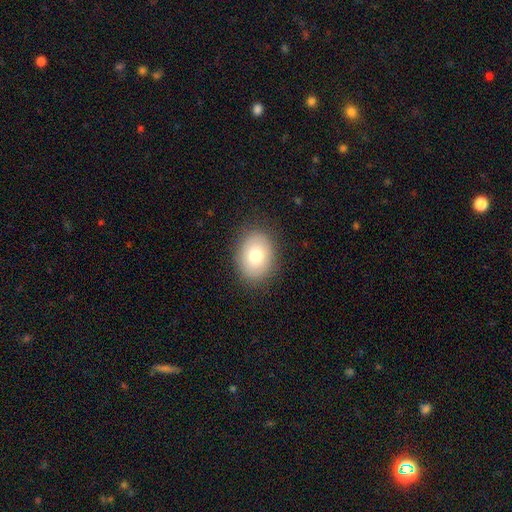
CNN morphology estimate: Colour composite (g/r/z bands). It shows a smooth galaxy with no disk features (77%) that is in between round and cigar-shaped (60%). Merging: none (86%).